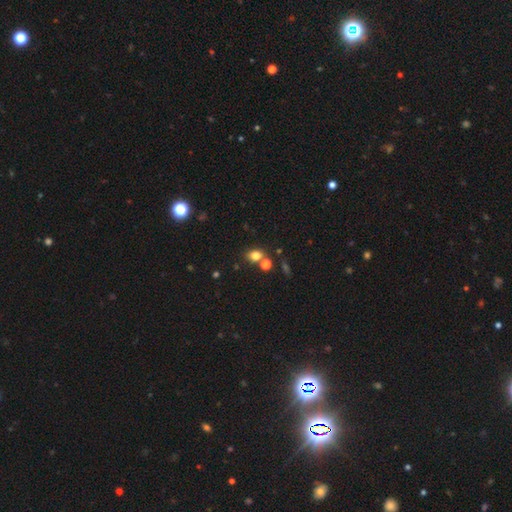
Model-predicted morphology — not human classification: Smooth or featured: smooth — 77% (star or artifact — 15%)
How rounded: in between — 55% (round — 43%)
Merging: none — 63% (merger — 21%)